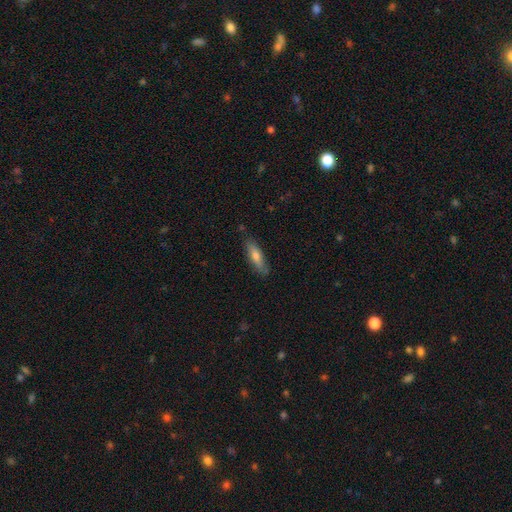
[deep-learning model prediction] This appears to be a smooth galaxy with no disk features (65%) that is cigar-shaped (67%). Merging: none (82%).